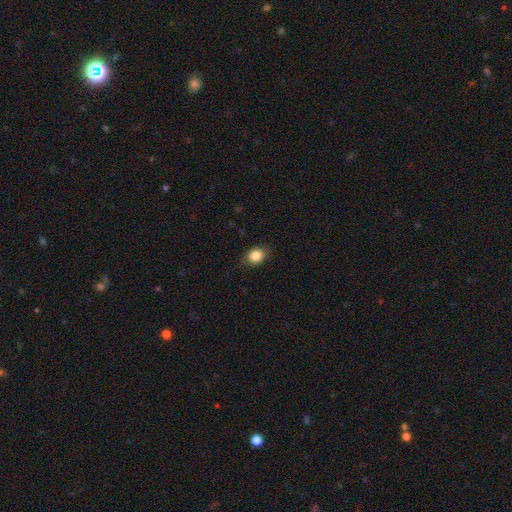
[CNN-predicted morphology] type=smooth (85%); roundness=in between (52%); merging=none (80%).